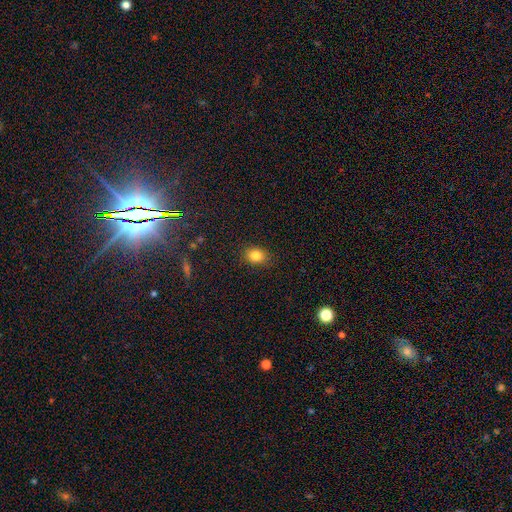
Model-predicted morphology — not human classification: smooth 83%, star or artifact 11%, featured or disk 7%. Down the decision tree: how rounded — in between (58%); merging — none (86%).